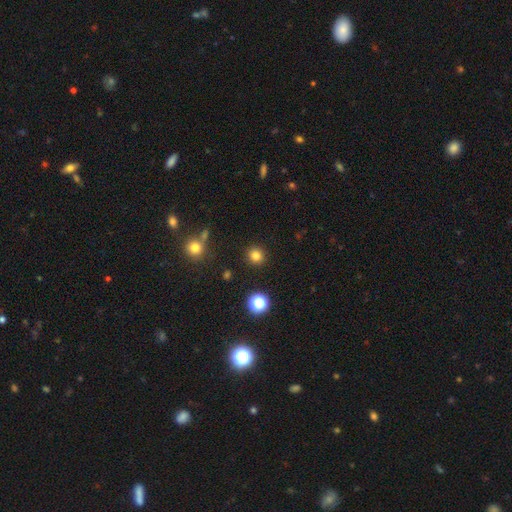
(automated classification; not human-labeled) Smooth or featured: smooth — 81% (star or artifact — 14%)
How rounded: round — 91% (in between — 8%)
Merging: none — 90% (minor disturbance — 6%)